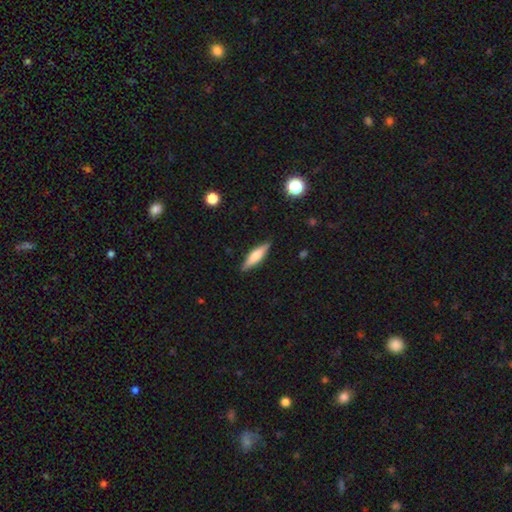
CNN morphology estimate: type=smooth (58%); roundness=cigar-shaped (73%); merging=none (88%).